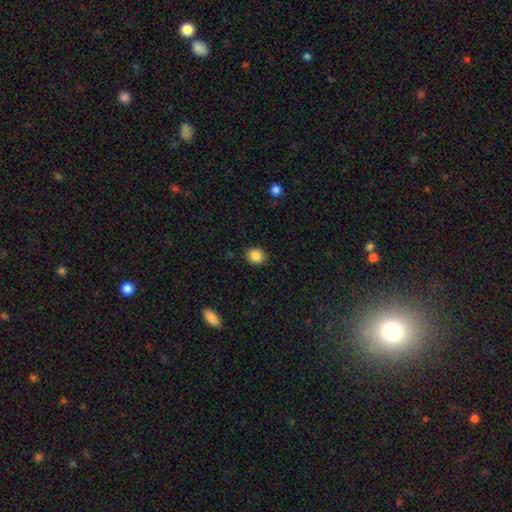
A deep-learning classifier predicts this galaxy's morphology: type=smooth (86%); roundness=round (67%); merging=none (89%).